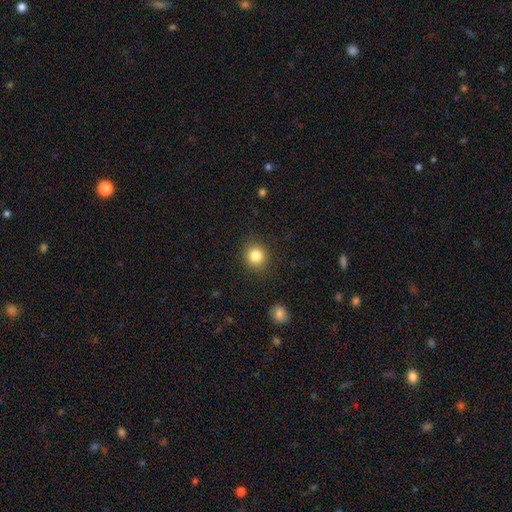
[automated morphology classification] A smooth galaxy with no disk features (84%) that is round (85%). Merging: none (88%).